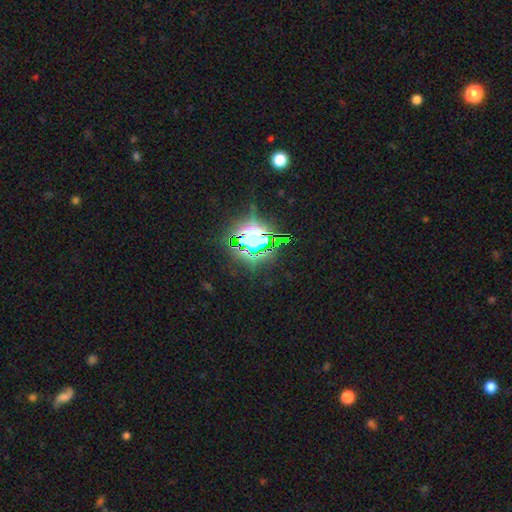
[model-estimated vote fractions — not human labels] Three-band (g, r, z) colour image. It shows a star or artifact, not a galaxy (80%).